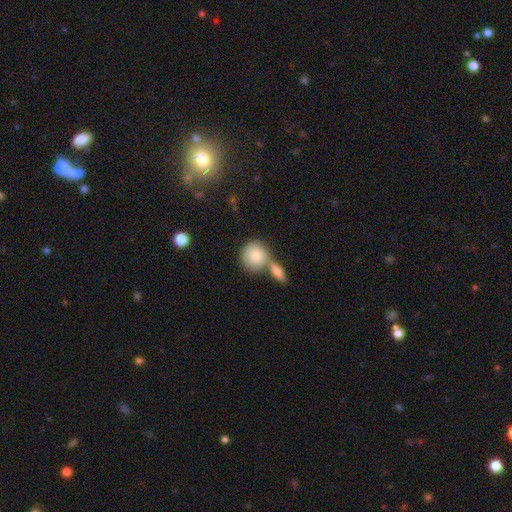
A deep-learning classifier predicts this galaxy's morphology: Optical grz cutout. It shows a smooth galaxy with no disk features (84%) that is round (83%). Merging: none (44%).